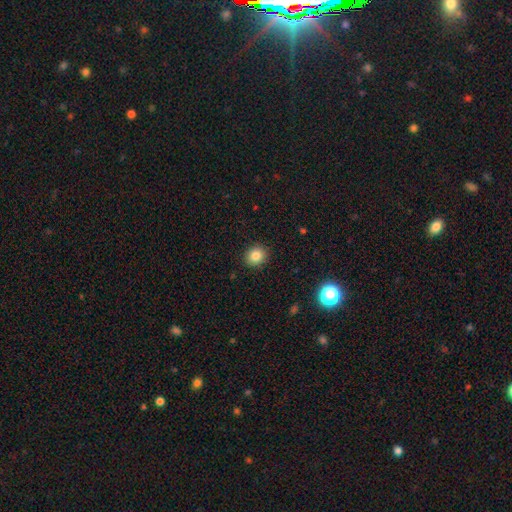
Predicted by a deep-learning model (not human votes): This is clearly a smooth galaxy (83%). How rounded: likely round (77%). Merging: clearly none (90%).